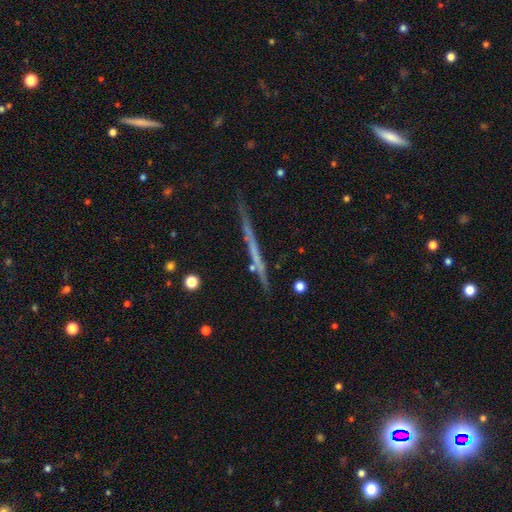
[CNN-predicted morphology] smooth-or-featured: featured or disk: 58% | smooth: 33% | star or artifact: 9%
  disk-edge-on: yes: 96% | no: 4%
    edge-on-bulge: none: 90% | rounded: 7% | boxy: 4%
  merging: none: 82% | minor disturbance: 12% | merger: 3% | major disturbance: 3%